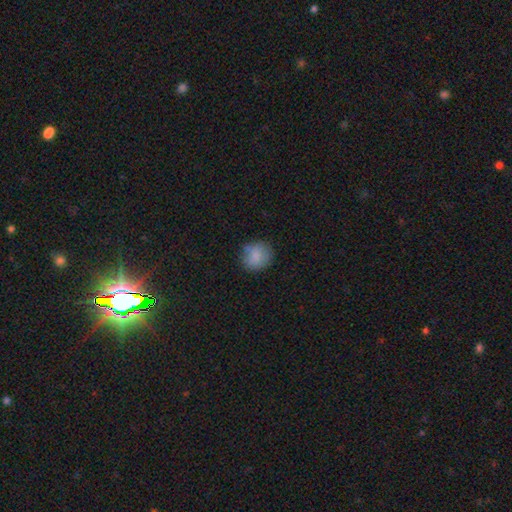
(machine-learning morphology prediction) Q: Smooth or featured?
A: smooth (83%); runner-up: star or artifact (9%)
Q: How rounded?
A: round (81%); runner-up: in between (18%)
Q: Merging?
A: none (76%); runner-up: minor disturbance (17%)